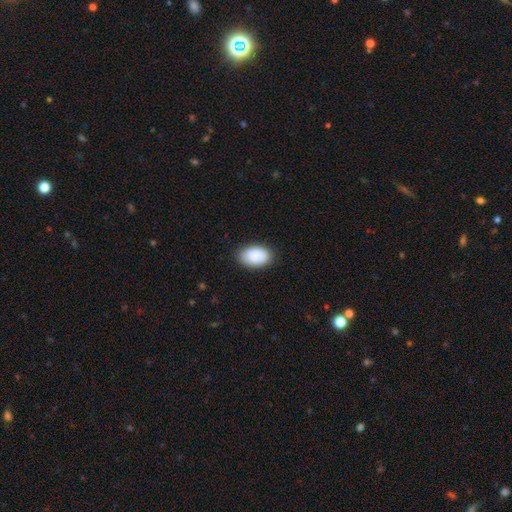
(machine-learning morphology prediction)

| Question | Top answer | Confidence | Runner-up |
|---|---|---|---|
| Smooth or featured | smooth | 90% | star or artifact (6%) |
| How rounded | in between | 92% | round (7%) |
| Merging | none | 87% | minor disturbance (10%) |